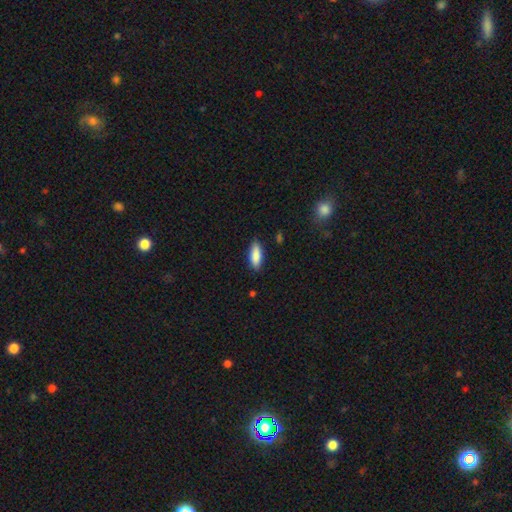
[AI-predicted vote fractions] smooth-or-featured: smooth: 87% | featured or disk: 7% | star or artifact: 6%
  how-rounded: in between: 68% | cigar-shaped: 30% | round: 2%
  merging: none: 85% | minor disturbance: 11% | major disturbance: 2% | merger: 1%